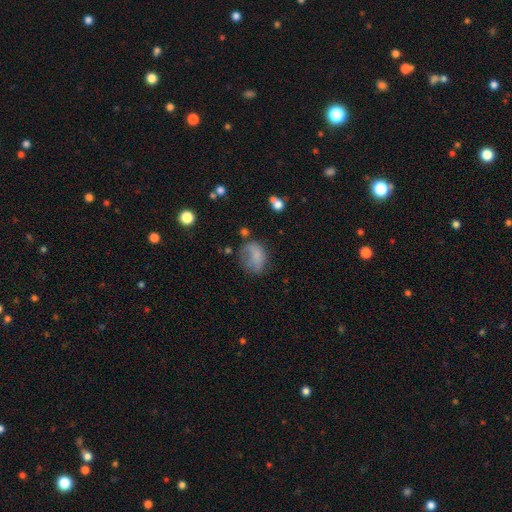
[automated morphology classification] smooth 65%, featured or disk 22%, star or artifact 13%. Down the decision tree: how rounded — in between (66%); merging — none (35%).